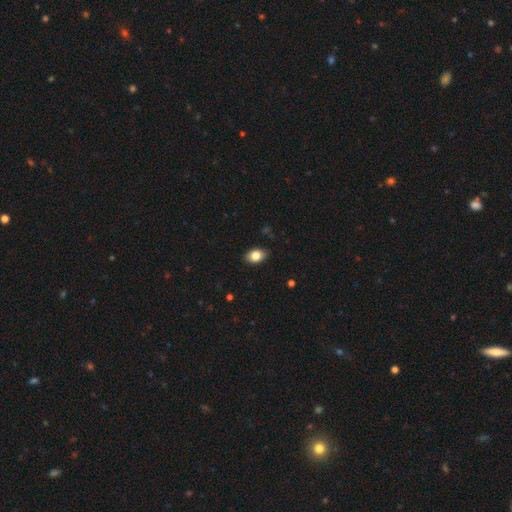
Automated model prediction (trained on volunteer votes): smooth_or_featured: smooth (p=0.83) [alt: featured or disk p=0.09]
how_rounded: in between (p=0.80) [alt: round p=0.19]
merging: none (p=0.85) [alt: minor disturbance p=0.12]